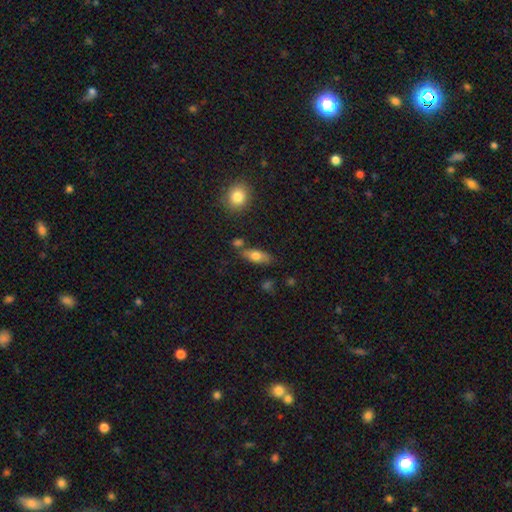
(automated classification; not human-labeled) Smooth or featured? smooth (71%)
How rounded? in between (77%)
Merging? none (71%)